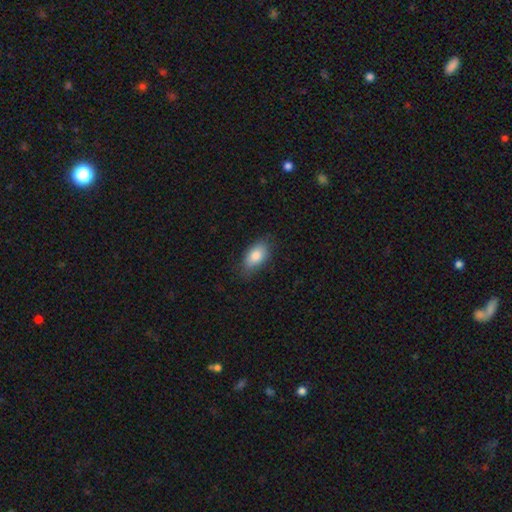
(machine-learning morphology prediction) Overall: smooth (82%). How rounded: in between (90%). Merging: none (75%).